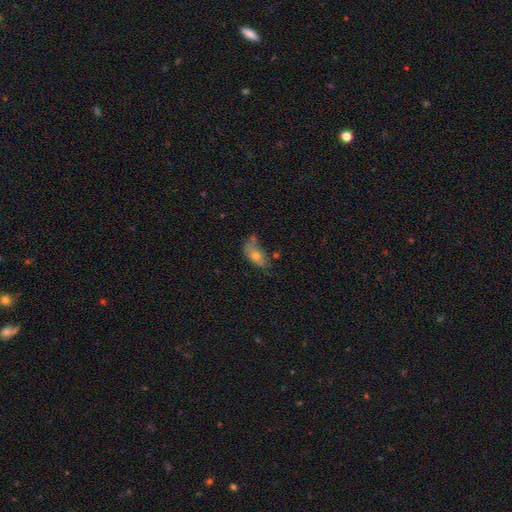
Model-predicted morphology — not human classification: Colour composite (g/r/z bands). It shows a smooth galaxy with no disk features (66%) that is in between round and cigar-shaped (85%). Merging: none (35%).